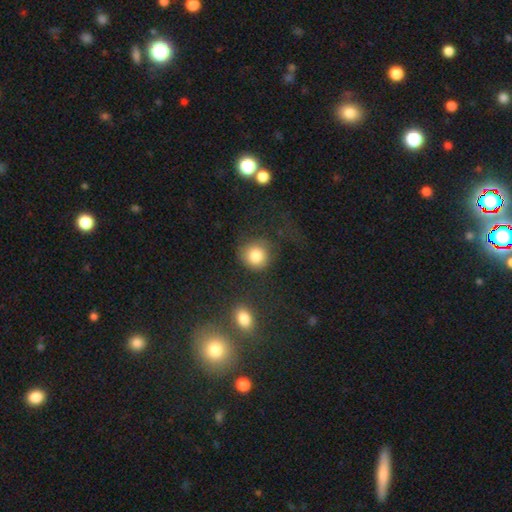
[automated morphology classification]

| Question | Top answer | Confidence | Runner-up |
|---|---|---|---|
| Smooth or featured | smooth | 80% | featured or disk (11%) |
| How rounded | round | 88% | in between (11%) |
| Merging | none | 64% | minor disturbance (17%) |